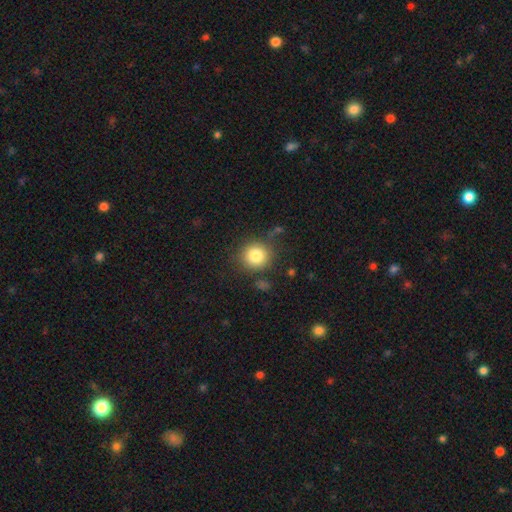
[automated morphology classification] Smooth or featured? Predicted: smooth (p=0.82). How rounded? Predicted: round (p=0.92). Merging? Predicted: none (p=0.82).